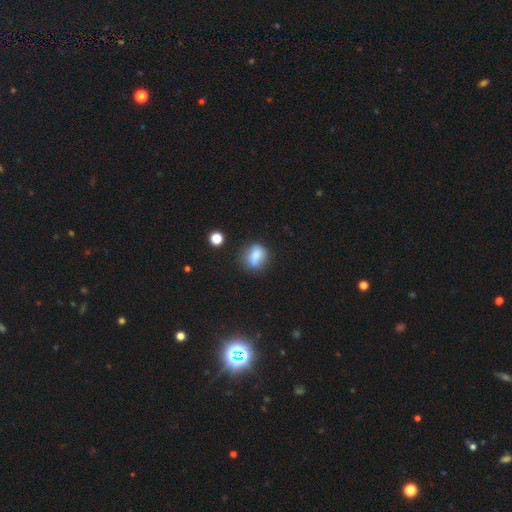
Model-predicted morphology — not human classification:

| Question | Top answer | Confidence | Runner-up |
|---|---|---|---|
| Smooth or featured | smooth | 73% | featured or disk (16%) |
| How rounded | round | 55% | in between (41%) |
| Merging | none | 56% | minor disturbance (23%) |